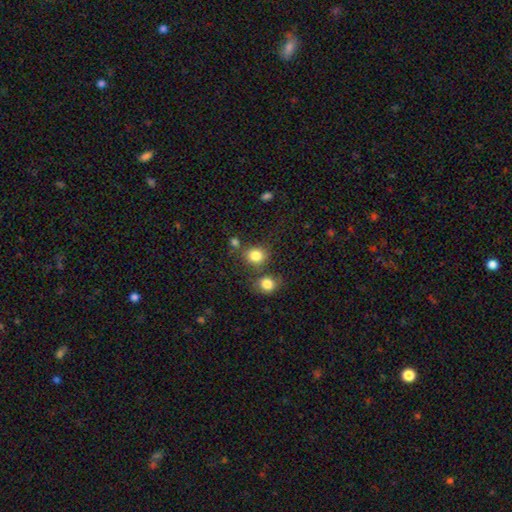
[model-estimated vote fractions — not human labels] Smooth or featured?
  - smooth: 82% *
  - star or artifact: 12%
  - featured or disk: 6%
How rounded?
  - round: 77% *
  - in between: 22%
  - cigar-shaped: 1%
Merging?
  - none: 64% *
  - merger: 20%
  - minor disturbance: 12%
  - major disturbance: 5%